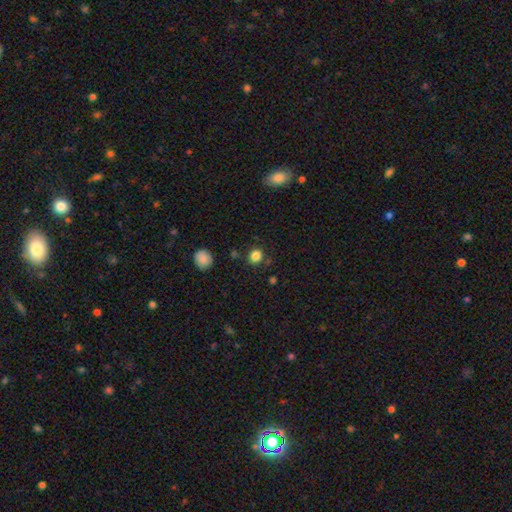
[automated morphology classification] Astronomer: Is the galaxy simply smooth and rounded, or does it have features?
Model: smooth — 83%.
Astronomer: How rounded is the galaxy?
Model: round — 81%.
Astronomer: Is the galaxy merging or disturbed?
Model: none — 83%.